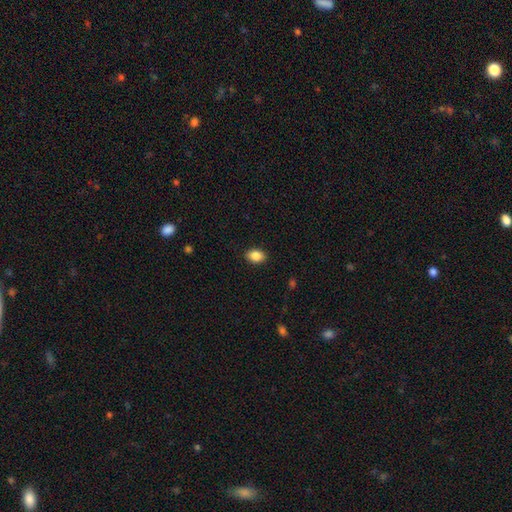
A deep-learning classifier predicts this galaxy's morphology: smooth_or_featured: smooth (p=0.87) [alt: star or artifact p=0.08]
how_rounded: in between (p=0.79) [alt: round p=0.20]
merging: none (p=0.89) [alt: minor disturbance p=0.08]